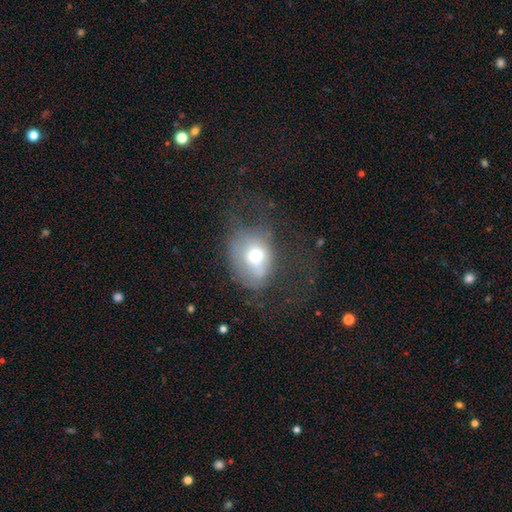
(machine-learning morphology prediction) Q: Smooth or featured?
A: smooth (63%); runner-up: featured or disk (24%)
Q: How rounded?
A: round (54%); runner-up: in between (45%)
Q: Merging?
A: none (38%); runner-up: major disturbance (34%)